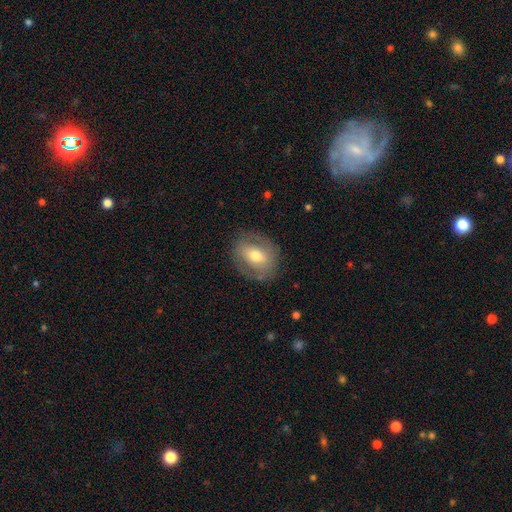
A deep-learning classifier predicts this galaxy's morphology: Smooth or featured: smooth — 47% (featured or disk — 45%)
Merging: none — 79% (minor disturbance — 14%)